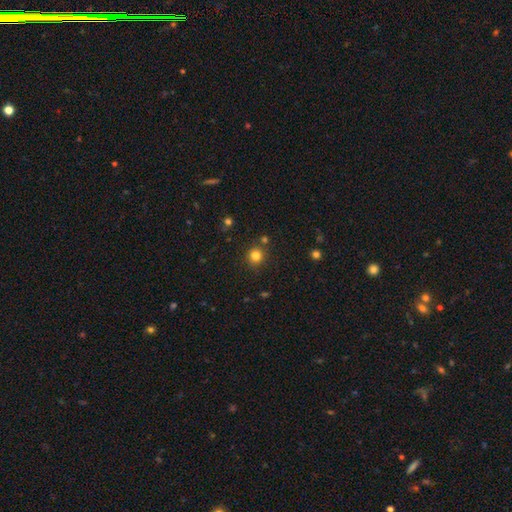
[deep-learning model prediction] Smooth or featured?
  - smooth: 80% *
  - star or artifact: 14%
  - featured or disk: 5%
How rounded?
  - round: 91% *
  - in between: 8%
  - cigar-shaped: 1%
Merging?
  - none: 83% *
  - minor disturbance: 8%
  - merger: 6%
  - major disturbance: 3%